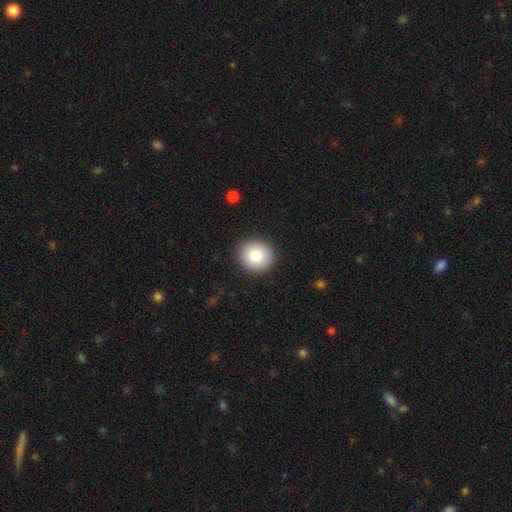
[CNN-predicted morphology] A smooth galaxy with no disk features (86%) that is round (88%).

Vote fractions:
- Smooth or featured? smooth: 86% / star or artifact: 7% / featured or disk: 7%
- How rounded? round: 88% / in between: 11% / cigar-shaped: 1%
- Merging? none: 91% / minor disturbance: 6% / major disturbance: 2% / merger: 1%